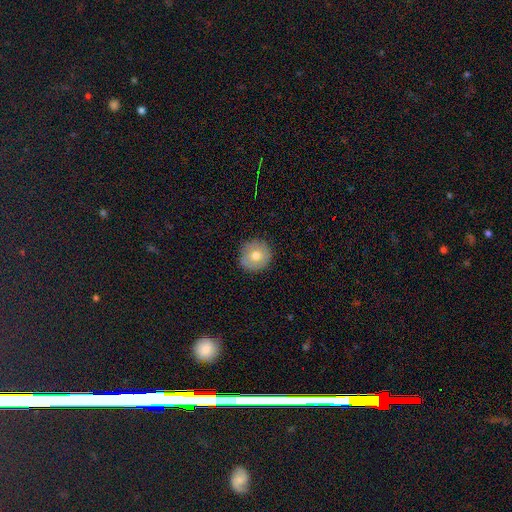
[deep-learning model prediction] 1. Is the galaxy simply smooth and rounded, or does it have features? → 72% smooth, 20% featured or disk, 9% star or artifact.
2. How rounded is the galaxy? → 93% round, 6% in between, 1% cigar-shaped.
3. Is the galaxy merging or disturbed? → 88% none, 9% minor disturbance, 2% major disturbance, 1% merger.